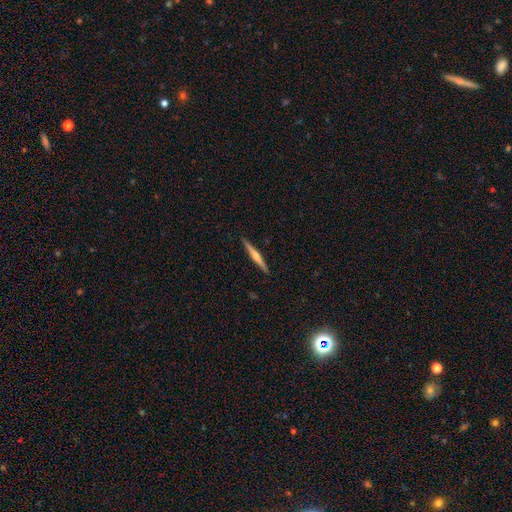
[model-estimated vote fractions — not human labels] This appears to be a featured or disk galaxy (69%) viewed edge-on (98%) with a rounded central bulge (83%). Merging: none (92%).